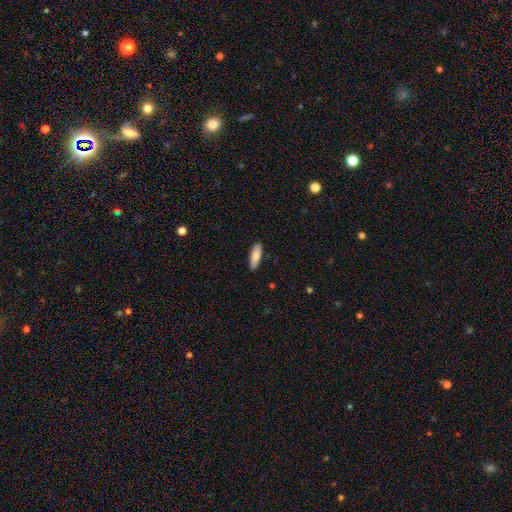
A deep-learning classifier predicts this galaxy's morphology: Overall: smooth (84%). How rounded: in between (58%; cigar-shaped 40%). Merging: none (89%).